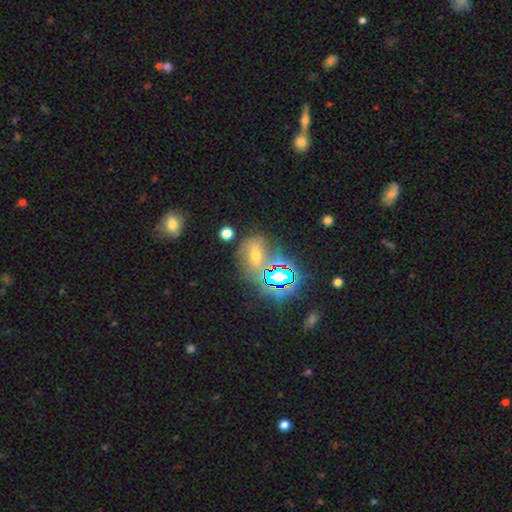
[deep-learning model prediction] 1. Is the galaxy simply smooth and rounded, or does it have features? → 41% star or artifact, 30% featured or disk, 29% smooth.